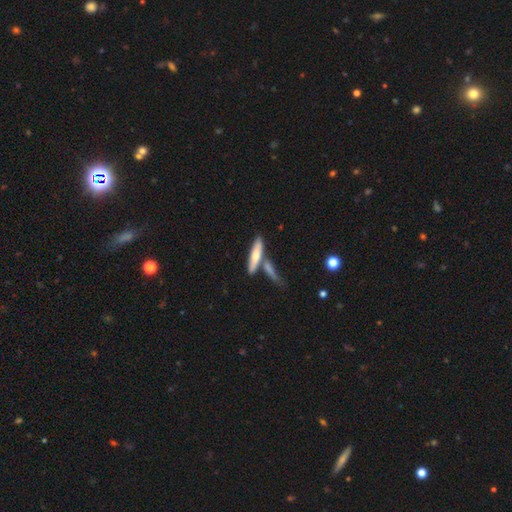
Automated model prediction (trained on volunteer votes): A smooth galaxy with no disk features (57%) that is cigar-shaped (78%).

Vote fractions:
- Smooth or featured? smooth: 57% / featured or disk: 37% / star or artifact: 6%
- How rounded? cigar-shaped: 78% / in between: 20% / round: 2%
- Merging? none: 56% / merger: 27% / minor disturbance: 13% / major disturbance: 4%